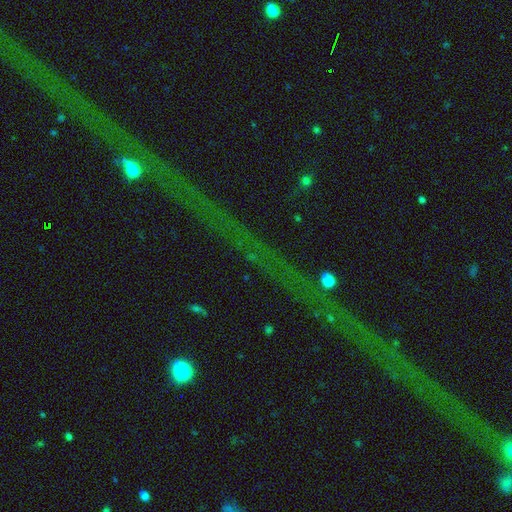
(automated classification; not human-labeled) Smooth or featured: star or artifact — 77% (featured or disk — 14%)